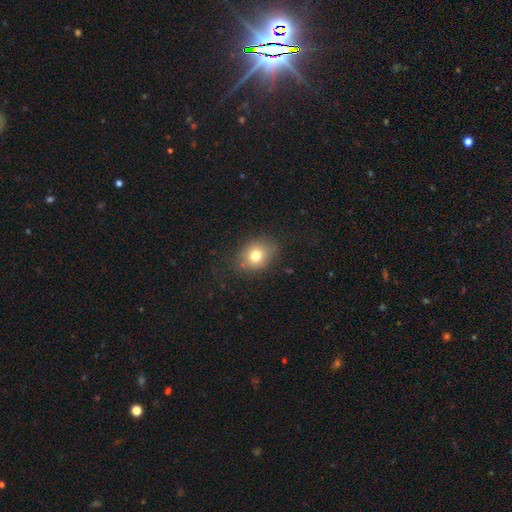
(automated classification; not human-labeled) Q: Smooth or featured?
A: smooth (76%); runner-up: featured or disk (12%)
Q: How rounded?
A: round (53%); runner-up: in between (46%)
Q: Merging?
A: none (80%); runner-up: minor disturbance (14%)